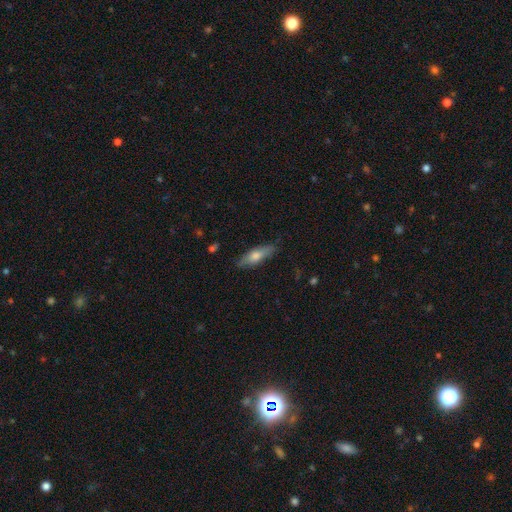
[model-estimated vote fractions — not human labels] A smooth galaxy with no disk features (57%) that is cigar-shaped (58%).

Vote fractions:
- Smooth or featured? smooth: 57% / featured or disk: 37% / star or artifact: 6%
- How rounded? cigar-shaped: 58% / in between: 39% / round: 3%
- Merging? none: 83% / minor disturbance: 13% / major disturbance: 3% / merger: 1%